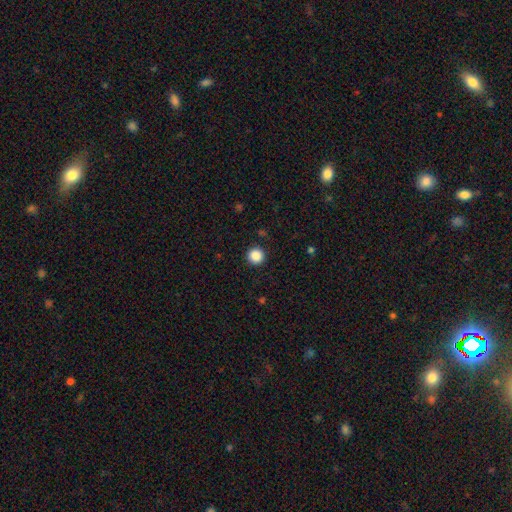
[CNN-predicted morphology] smooth_or_featured: smooth (p=0.87) [alt: star or artifact p=0.10]
how_rounded: round (p=0.96) [alt: in between p=0.03]
merging: none (p=0.93) [alt: minor disturbance p=0.05]